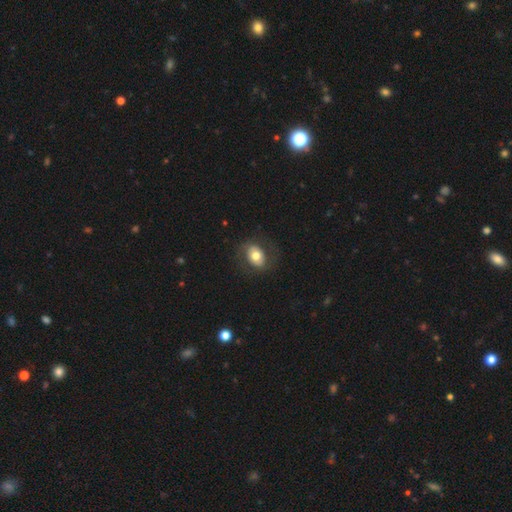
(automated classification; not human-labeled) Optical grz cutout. It shows a smooth galaxy with no disk features (65%) that is in between round and cigar-shaped (64%). Merging: none (76%).